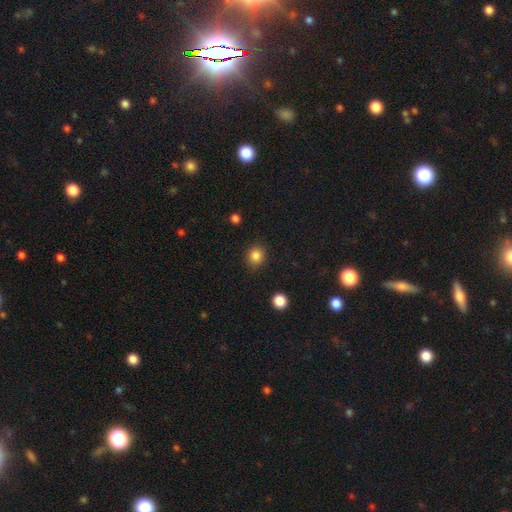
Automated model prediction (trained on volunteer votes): A smooth galaxy with no disk features (85%) that is round (81%).

Vote fractions:
- Smooth or featured? smooth: 85% / star or artifact: 11% / featured or disk: 4%
- How rounded? round: 81% / in between: 18% / cigar-shaped: 1%
- Merging? none: 87% / minor disturbance: 9% / major disturbance: 3% / merger: 1%